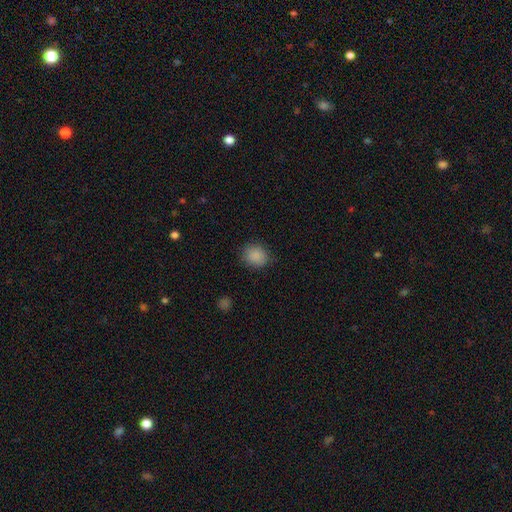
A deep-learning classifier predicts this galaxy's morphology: Smooth or featured?
  - smooth: 88% *
  - star or artifact: 9%
  - featured or disk: 3%
How rounded?
  - round: 75% *
  - in between: 24%
  - cigar-shaped: 1%
Merging?
  - none: 83% *
  - minor disturbance: 13%
  - major disturbance: 3%
  - merger: 1%